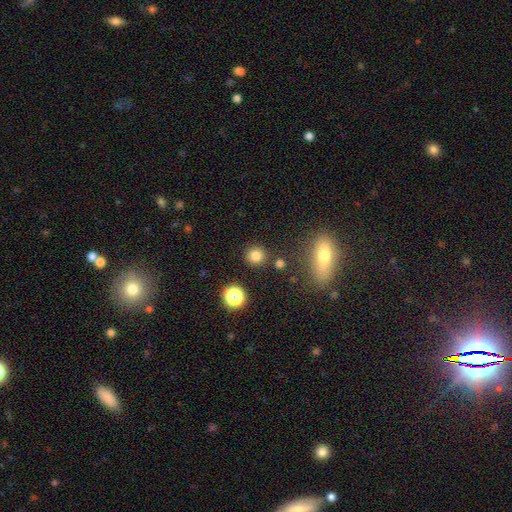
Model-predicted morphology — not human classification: smooth-or-featured: smooth: 80% | star or artifact: 14% | featured or disk: 6%
  how-rounded: round: 91% | in between: 8% | cigar-shaped: 1%
  merging: none: 86% | minor disturbance: 7% | merger: 4% | major disturbance: 3%